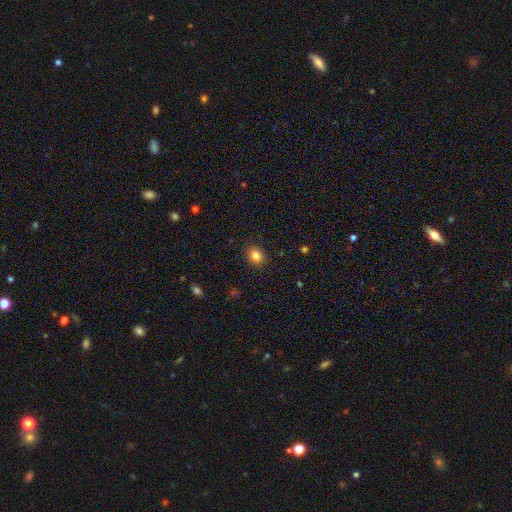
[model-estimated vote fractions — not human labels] smooth 83%, star or artifact 11%, featured or disk 5%. Down the decision tree: how rounded — round (75%); merging — none (90%).